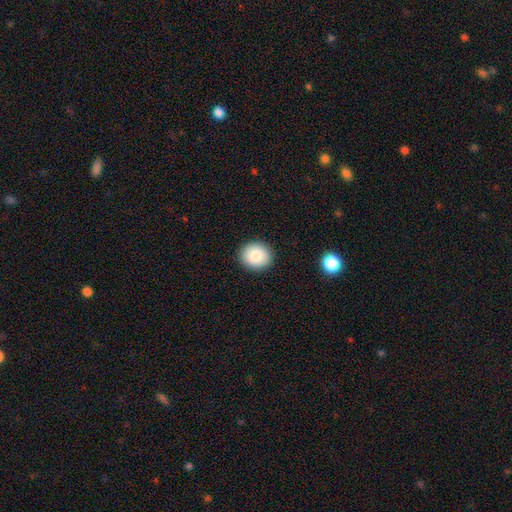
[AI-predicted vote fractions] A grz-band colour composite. It shows a smooth galaxy with no disk features (84%) that is round (75%). Merging: none (91%).